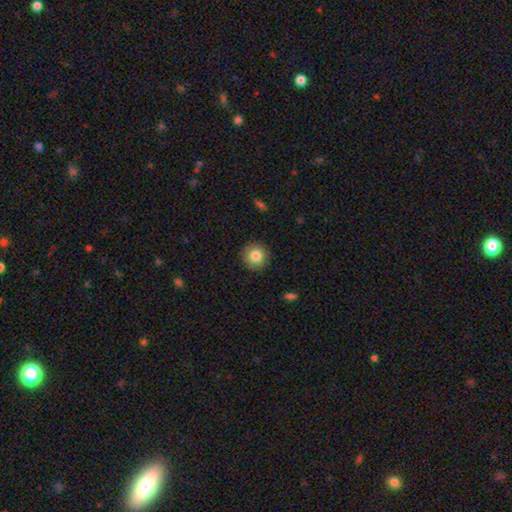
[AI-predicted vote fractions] This appears to be a smooth galaxy with no disk features (83%) that is round (93%). Merging: none (90%).